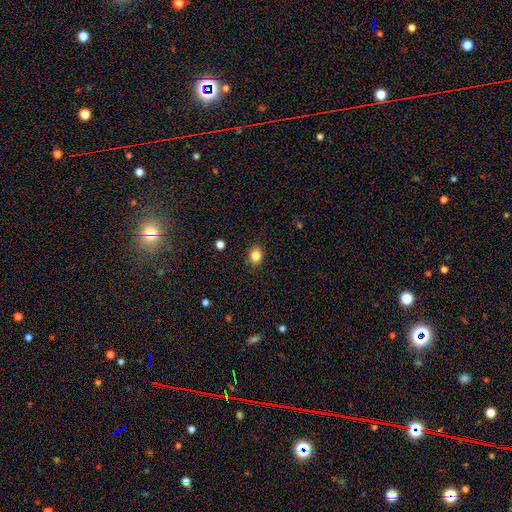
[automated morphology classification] A smooth galaxy with no disk features (85%) that is round (50%). Merging: none (88%).